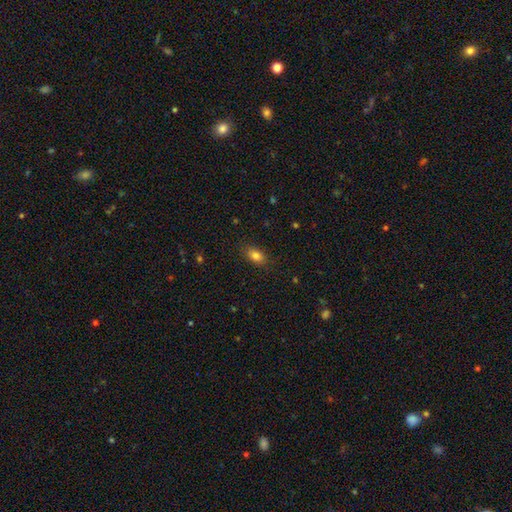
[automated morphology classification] The model was most divided on "smooth or featured": smooth: 82%, star or artifact: 10%, featured or disk: 7%. More confident: how rounded — in between (85%); merging — none (85%).